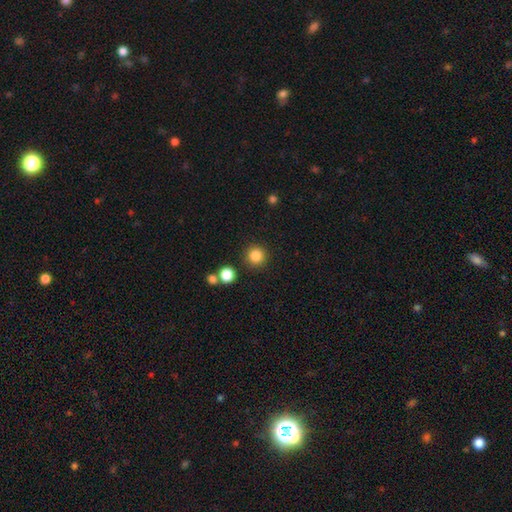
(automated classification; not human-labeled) smooth-or-featured: smooth: 85% | star or artifact: 11% | featured or disk: 4%
  how-rounded: round: 95% | in between: 4% | cigar-shaped: 1%
  merging: none: 89% | minor disturbance: 5% | merger: 3% | major disturbance: 2%